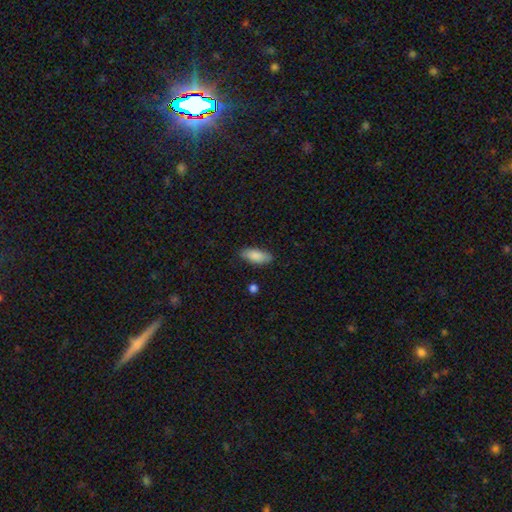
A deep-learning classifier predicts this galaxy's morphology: This appears to be a smooth galaxy with no disk features (87%) that is in between round and cigar-shaped (83%). Merging: none (82%).